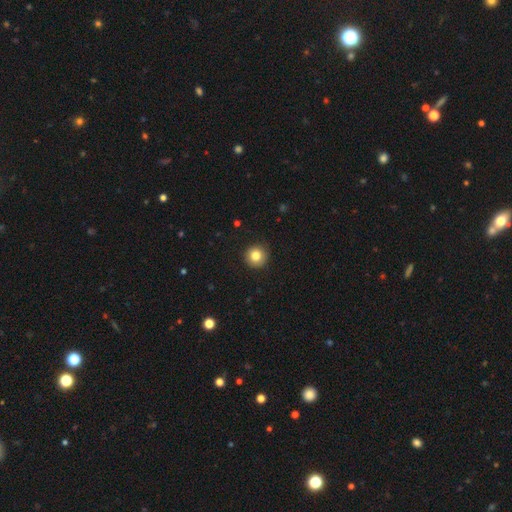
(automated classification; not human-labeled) smooth 83%, star or artifact 10%, featured or disk 8%. Down the decision tree: how rounded — round (95%); merging — none (91%).